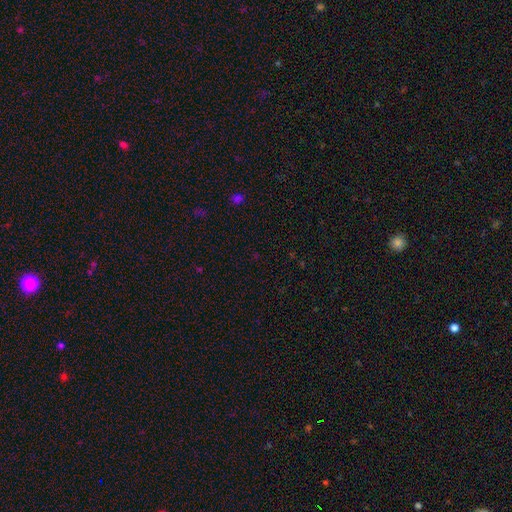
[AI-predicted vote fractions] Morphology: type=star or artifact (63%).